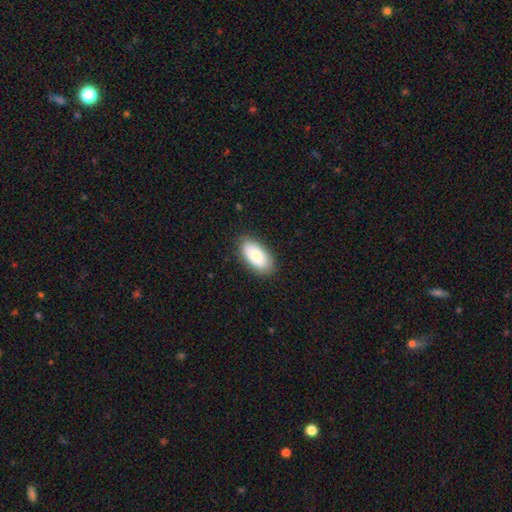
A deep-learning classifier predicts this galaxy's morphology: type=smooth (84%); roundness=in between (93%); merging=none (86%).